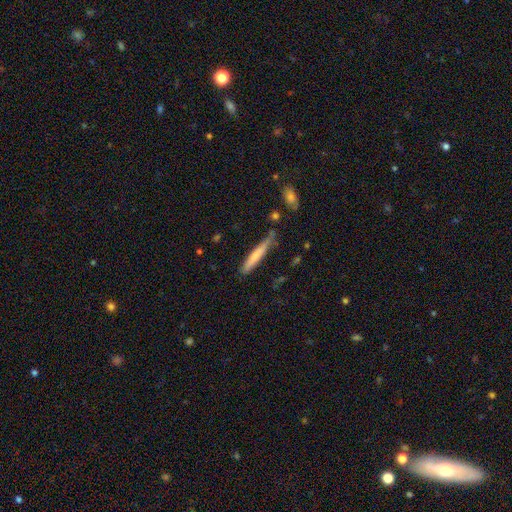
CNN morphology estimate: Smooth or featured? Predicted: smooth (p=0.64). How rounded? Predicted: cigar-shaped (p=0.93). Merging? Predicted: none (p=0.68).